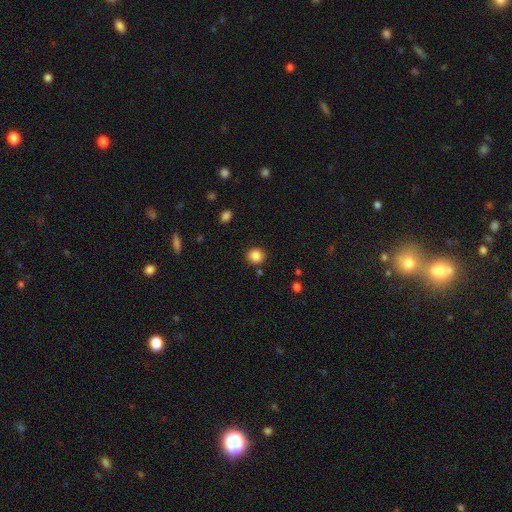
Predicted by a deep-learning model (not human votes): Smooth or featured? smooth (85%)
How rounded? round (84%)
Merging? none (86%)